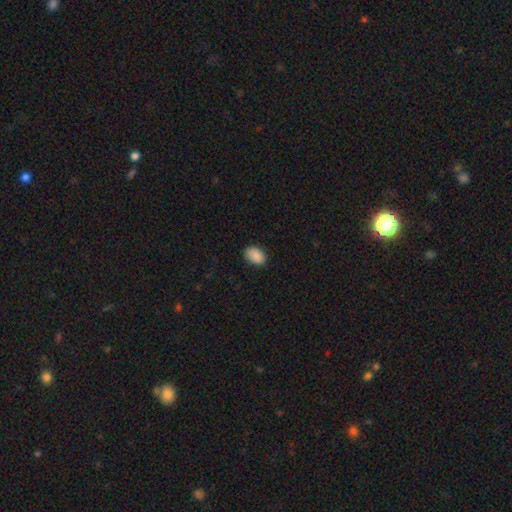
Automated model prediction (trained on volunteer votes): This is clearly a smooth galaxy (88%). How rounded: clearly in between (82%). Merging: clearly none (85%).